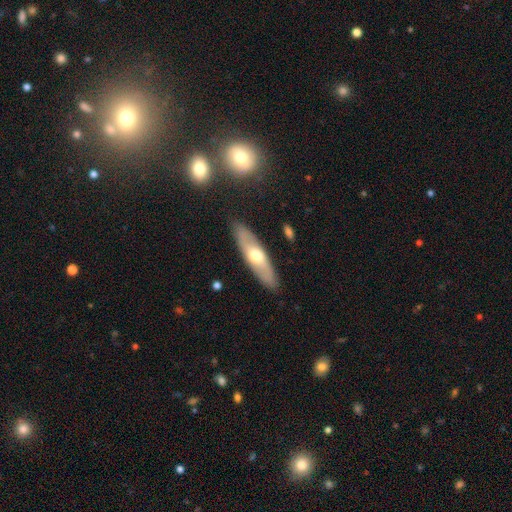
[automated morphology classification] smooth 48%, featured or disk 47%, star or artifact 5%. Down the decision tree: merging — none (88%).